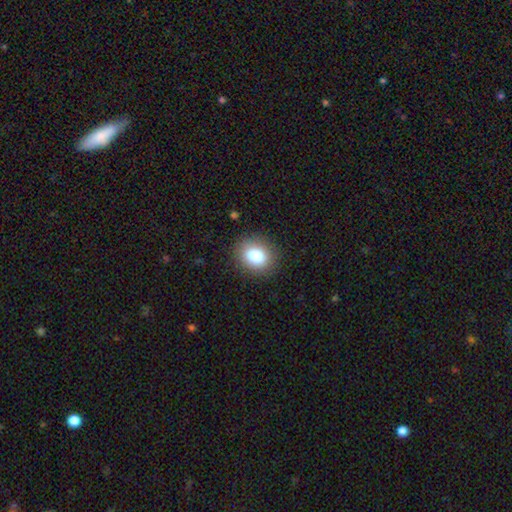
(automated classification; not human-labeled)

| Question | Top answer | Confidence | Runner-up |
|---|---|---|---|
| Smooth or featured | smooth | 85% | star or artifact (9%) |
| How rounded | round | 52% | in between (47%) |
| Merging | none | 87% | minor disturbance (9%) |